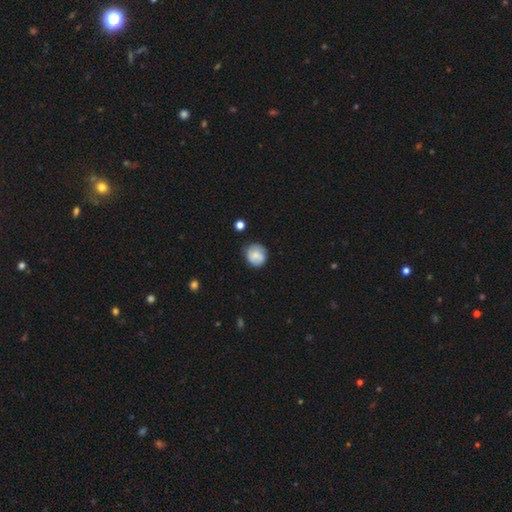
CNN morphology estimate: smooth-or-featured: smooth: 75% | featured or disk: 18% | star or artifact: 8%
  how-rounded: round: 88% | in between: 11% | cigar-shaped: 1%
  merging: none: 75% | minor disturbance: 18% | major disturbance: 4% | merger: 3%